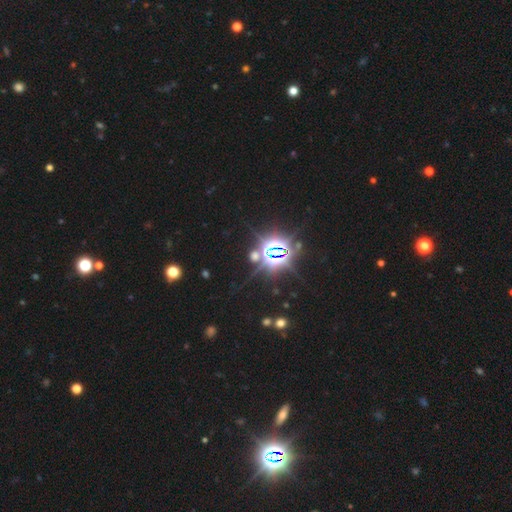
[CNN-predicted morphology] This is likely a star or artifact rather than a galaxy (79%).